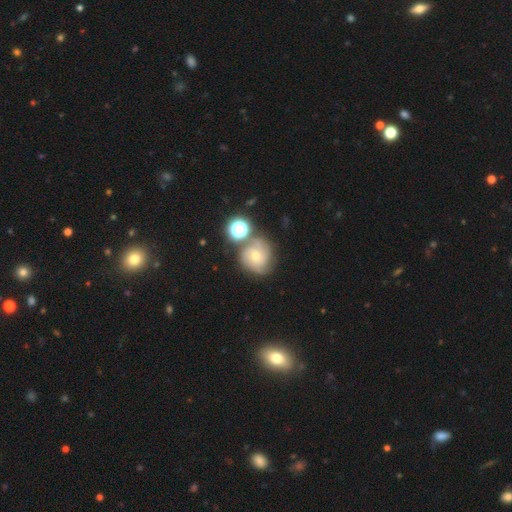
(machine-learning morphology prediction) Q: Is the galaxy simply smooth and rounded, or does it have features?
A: featured or disk — 59%.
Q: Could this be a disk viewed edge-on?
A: no — 97%.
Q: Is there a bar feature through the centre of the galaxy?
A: no — 71%.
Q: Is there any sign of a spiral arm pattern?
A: yes — 91%.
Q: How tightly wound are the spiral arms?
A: tight — 58%.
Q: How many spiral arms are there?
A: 3 — 32%.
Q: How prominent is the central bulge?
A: moderate — 48%.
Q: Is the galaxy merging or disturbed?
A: none — 66%.